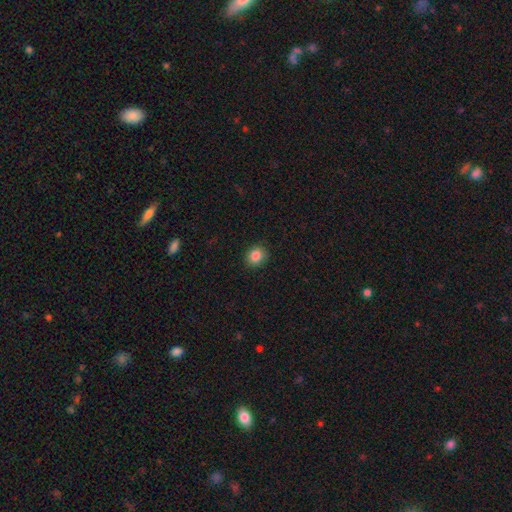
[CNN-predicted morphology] Overall: smooth (86%). How rounded: round (68%; in between 31%). Merging: none (89%).